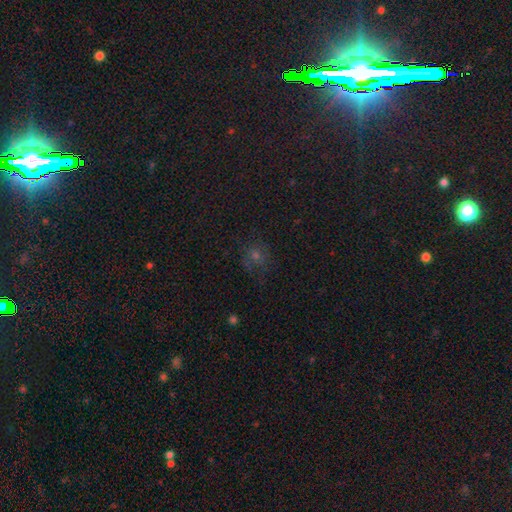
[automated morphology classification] This is marginally a smooth galaxy (41%). Merging: likely none (69%).